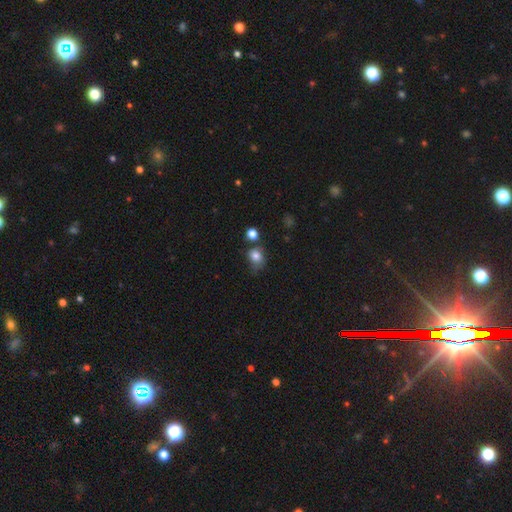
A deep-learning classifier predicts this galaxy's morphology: Q: Smooth or featured?
A: smooth (80%); runner-up: star or artifact (12%)
Q: How rounded?
A: round (57%); runner-up: in between (42%)
Q: Merging?
A: none (47%); runner-up: minor disturbance (30%)